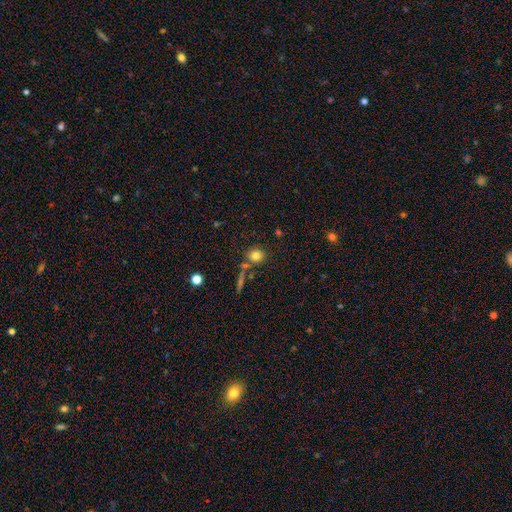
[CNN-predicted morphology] Smooth or featured? Predicted: smooth (p=0.79). How rounded? Predicted: round (p=0.81). Merging? Predicted: none (p=0.73).